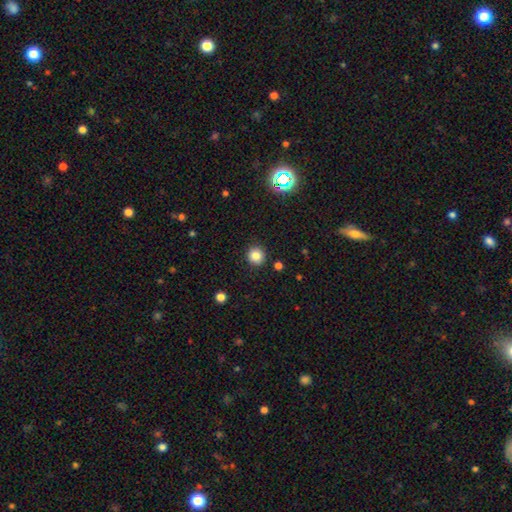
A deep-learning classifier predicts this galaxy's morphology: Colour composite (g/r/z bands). It shows a smooth galaxy with no disk features (82%) that is round (93%). Merging: none (91%).